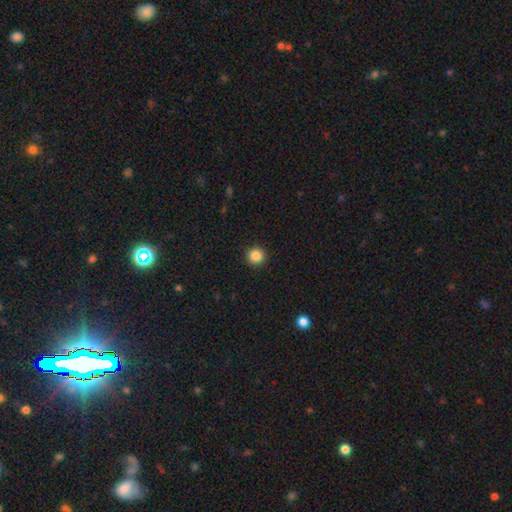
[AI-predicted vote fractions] Morphology: type=smooth (86%); roundness=round (95%); merging=none (93%).